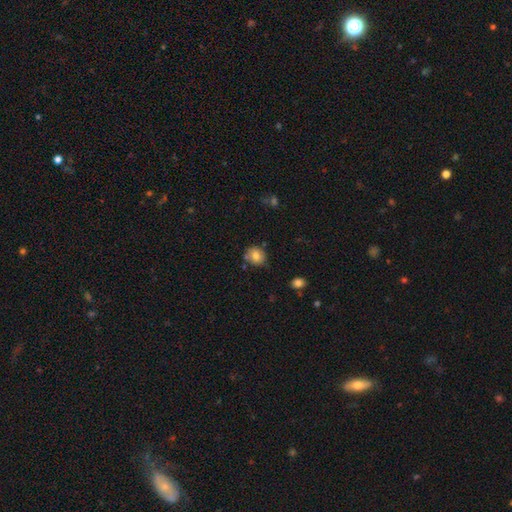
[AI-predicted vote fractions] A smooth galaxy with no disk features (78%) that is round (74%).

Vote fractions:
- Smooth or featured? smooth: 78% / featured or disk: 12% / star or artifact: 10%
- How rounded? round: 74% / in between: 25% / cigar-shaped: 1%
- Merging? none: 75% / minor disturbance: 16% / merger: 5% / major disturbance: 3%